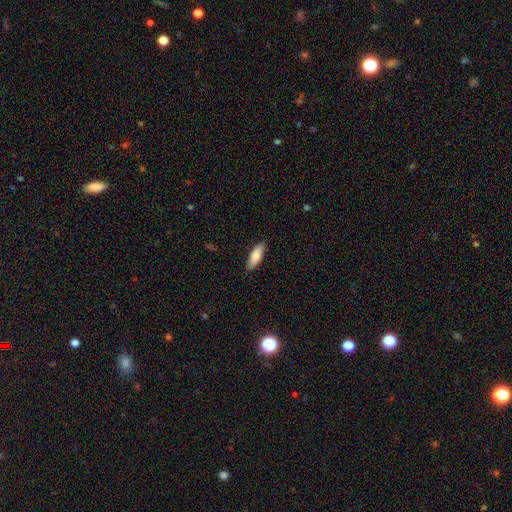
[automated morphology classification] Smooth or featured? Predicted: smooth (p=0.79). How rounded? Predicted: cigar-shaped (p=0.49, tied with in between). Merging? Predicted: none (p=0.85).